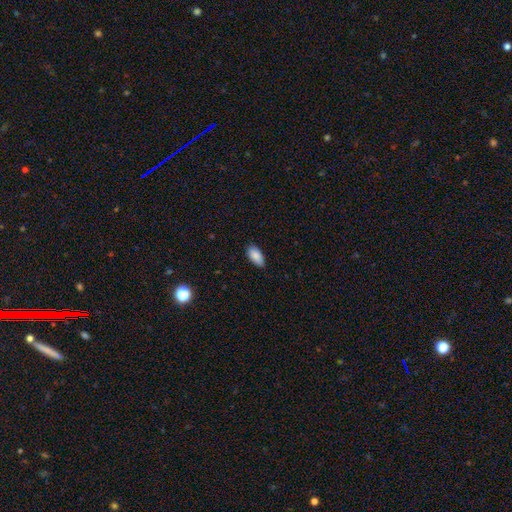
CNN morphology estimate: smooth-or-featured: smooth: 88% | star or artifact: 7% | featured or disk: 5%
  how-rounded: in between: 93% | cigar-shaped: 5% | round: 2%
  merging: none: 84% | minor disturbance: 13% | major disturbance: 2% | merger: 1%